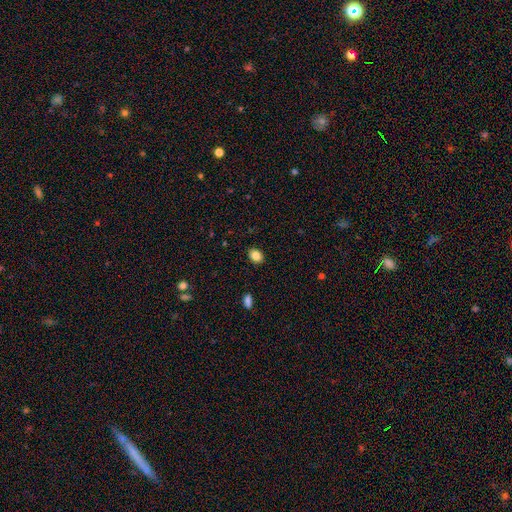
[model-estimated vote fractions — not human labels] Smooth or featured: smooth — 85% (star or artifact — 10%)
How rounded: in between — 61% (round — 38%)
Merging: none — 89% (minor disturbance — 8%)